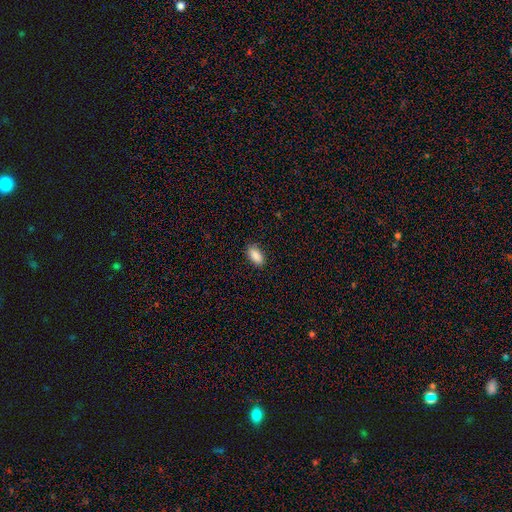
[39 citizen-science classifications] smooth-or-featured: smooth: 92% | star or artifact: 5% | featured or disk: 3%
  how-rounded: in between: 100% | round: 0% | cigar-shaped: 0%
  merging: none: 95% | minor disturbance: 5% | major disturbance: 0% | merger: 0%